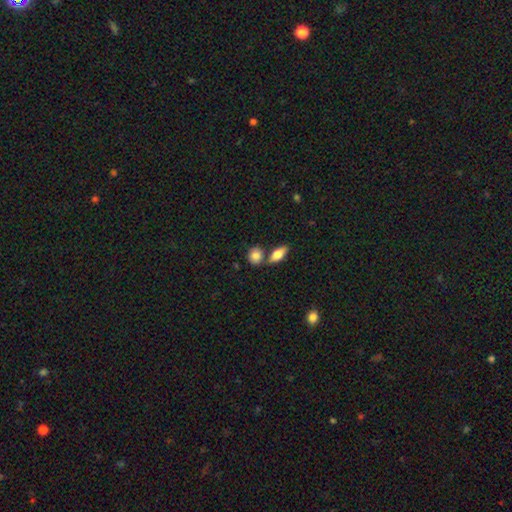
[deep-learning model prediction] This appears to be a smooth galaxy with no disk features (83%) that is round (54%). Merging: none (61%).